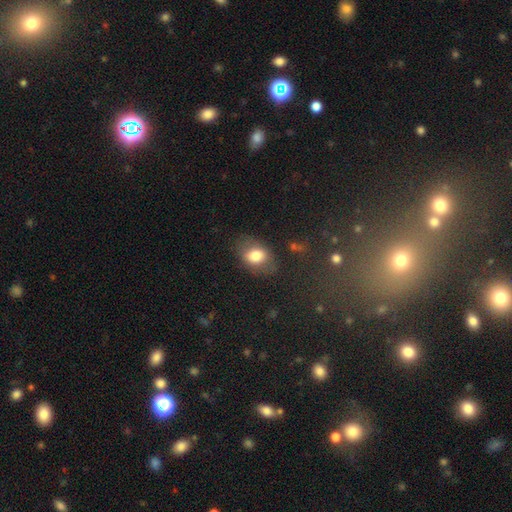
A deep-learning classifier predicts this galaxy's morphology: Smooth or featured? smooth (75%)
How rounded? in between (78%)
Merging? none (73%)